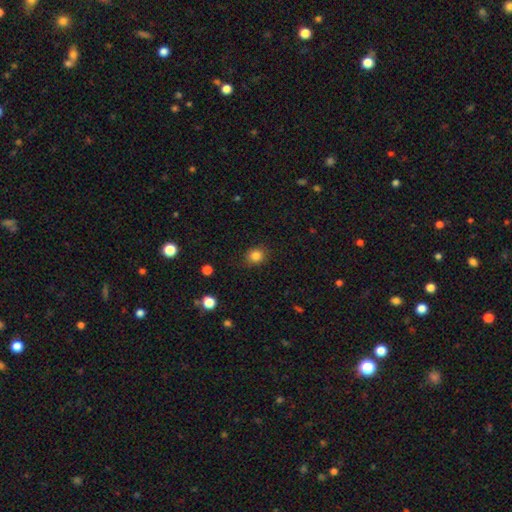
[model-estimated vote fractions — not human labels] Overall: smooth (84%). How rounded: round (74%). Merging: none (84%).